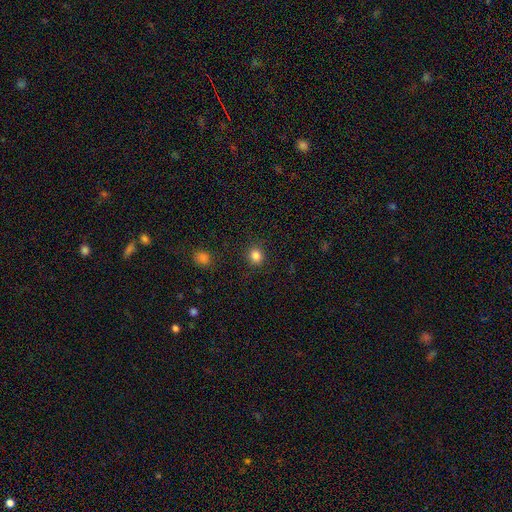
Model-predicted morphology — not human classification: This is clearly a smooth galaxy (85%). How rounded: clearly round (82%). Merging: clearly none (89%).